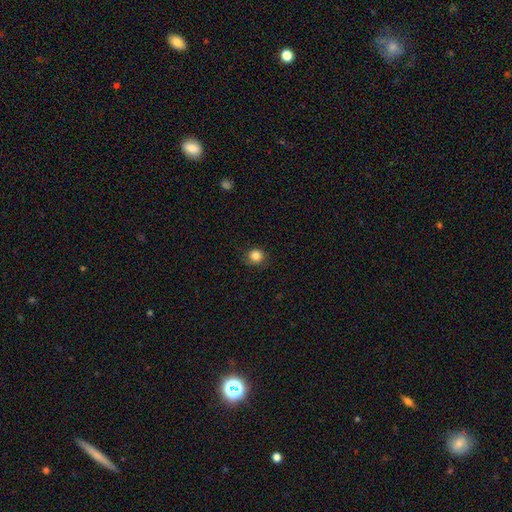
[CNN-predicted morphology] This is clearly a smooth galaxy (84%). How rounded: clearly round (88%). Merging: clearly none (82%).